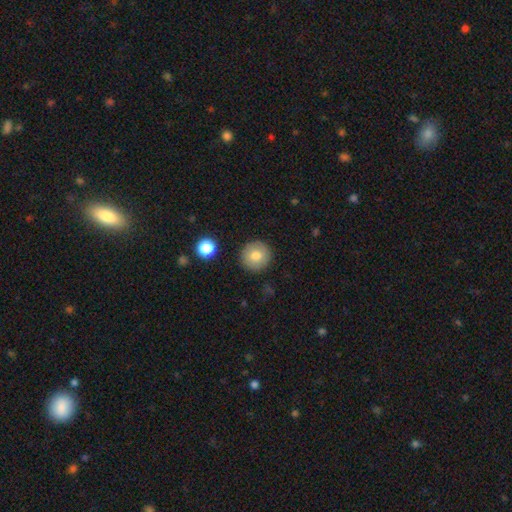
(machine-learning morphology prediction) Smooth or featured: smooth — 79% (featured or disk — 12%)
How rounded: round — 95% (in between — 4%)
Merging: none — 90% (minor disturbance — 6%)